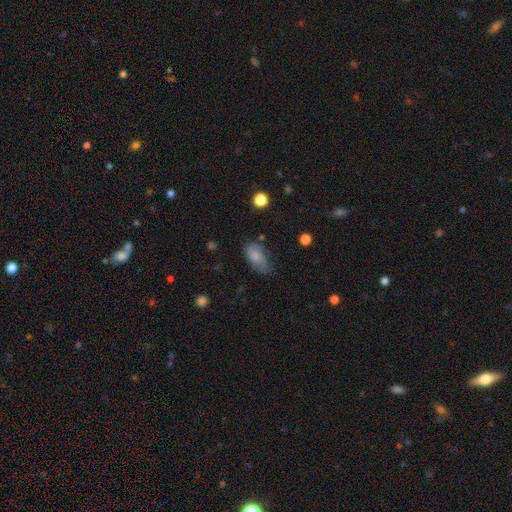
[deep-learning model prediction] Q: Smooth or featured?
A: smooth (77%); runner-up: featured or disk (15%)
Q: How rounded?
A: in between (91%); runner-up: round (5%)
Q: Merging?
A: none (51%); runner-up: minor disturbance (34%)